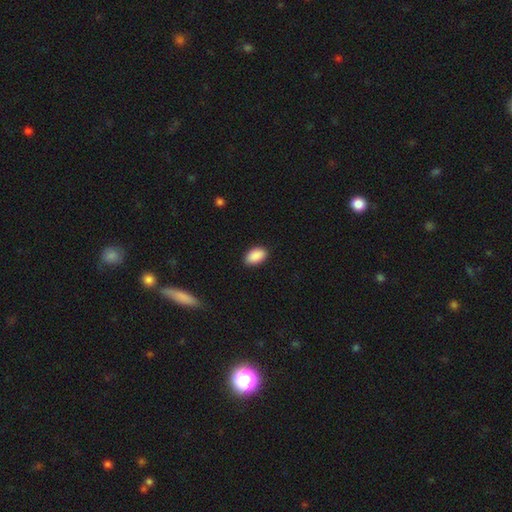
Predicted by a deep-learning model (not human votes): Smooth or featured? smooth (91%)
How rounded? in between (93%)
Merging? none (88%)